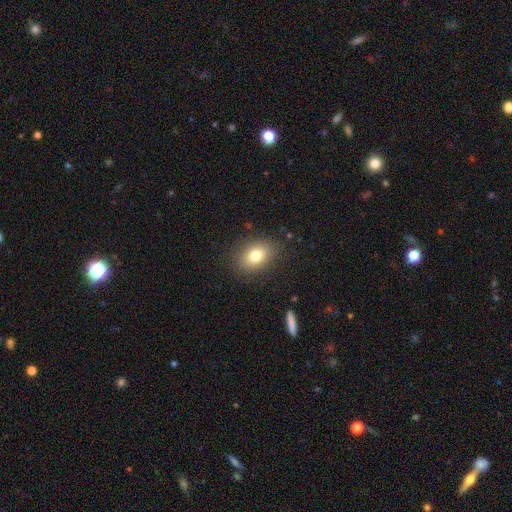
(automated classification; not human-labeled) Smooth or featured: smooth — 79% (featured or disk — 11%)
How rounded: in between — 73% (round — 26%)
Merging: none — 86% (minor disturbance — 10%)